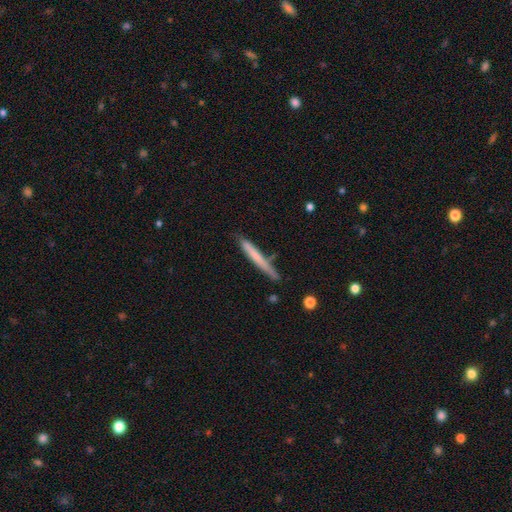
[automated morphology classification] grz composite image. It shows a smooth galaxy with no disk features (60%) that is cigar-shaped (96%). Merging: none (75%).